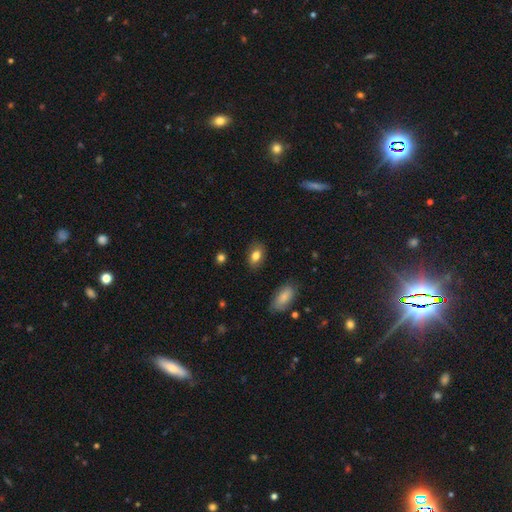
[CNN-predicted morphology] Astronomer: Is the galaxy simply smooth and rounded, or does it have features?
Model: smooth — 81%.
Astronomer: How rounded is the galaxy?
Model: in between — 85%.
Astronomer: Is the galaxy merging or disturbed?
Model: none — 85%.